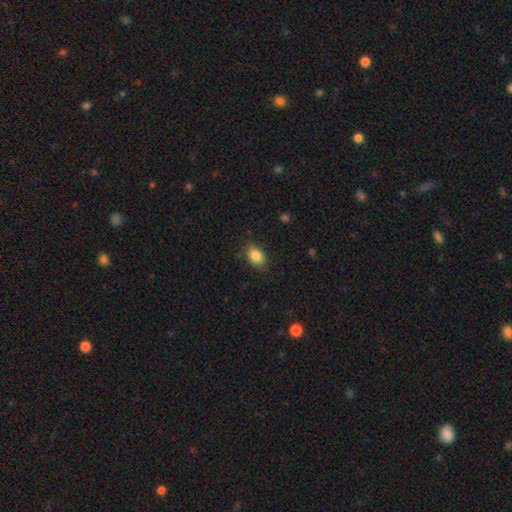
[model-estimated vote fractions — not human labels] Q: Smooth or featured?
A: smooth (86%); runner-up: star or artifact (8%)
Q: How rounded?
A: in between (79%); runner-up: round (19%)
Q: Merging?
A: none (83%); runner-up: minor disturbance (13%)